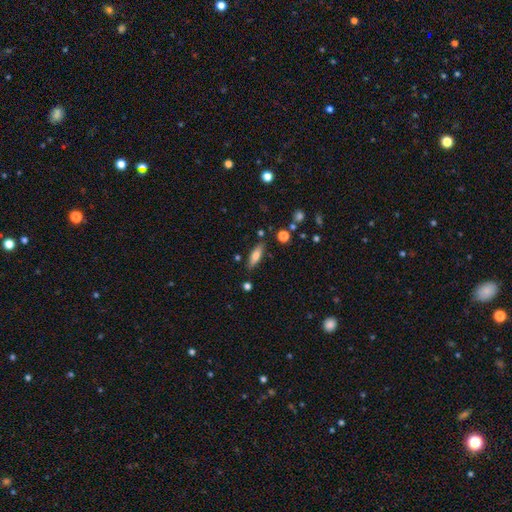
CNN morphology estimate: The model was most divided on "how rounded": in between: 52%, cigar-shaped: 45%, round: 2%. More confident: merging — none (82%); smooth or featured — smooth (68%).